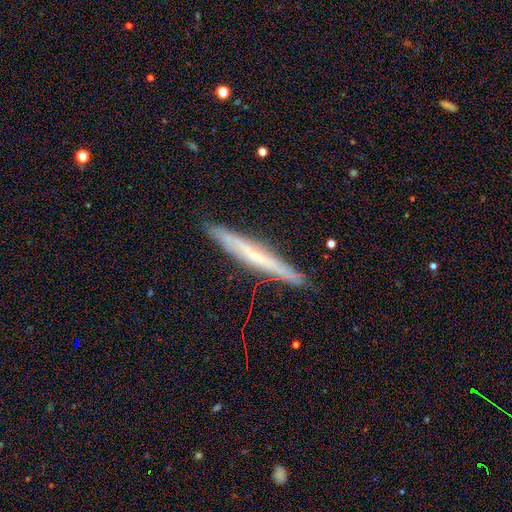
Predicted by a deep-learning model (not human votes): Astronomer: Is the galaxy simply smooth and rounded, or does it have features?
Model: featured or disk — 58% (runner-up: smooth, 35%).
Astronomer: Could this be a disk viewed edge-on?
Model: yes — 94%.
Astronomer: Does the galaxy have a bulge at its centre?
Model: none — 65%.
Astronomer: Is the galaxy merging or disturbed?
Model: none — 89%.